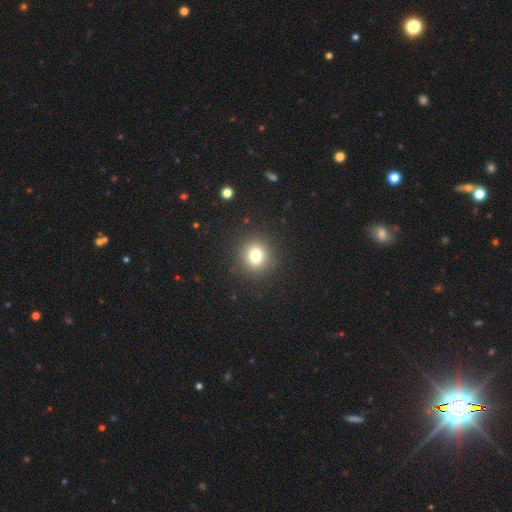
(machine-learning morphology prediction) smooth_or_featured: smooth (p=0.77) [alt: star or artifact p=0.14]
how_rounded: round (p=0.86) [alt: in between p=0.13]
merging: none (p=0.90) [alt: minor disturbance p=0.06]